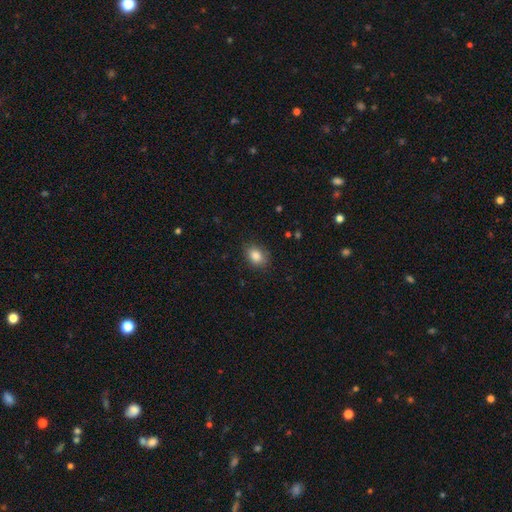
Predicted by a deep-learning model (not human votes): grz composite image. It shows a smooth galaxy with no disk features (84%) that is in between round and cigar-shaped (66%). Merging: none (84%).